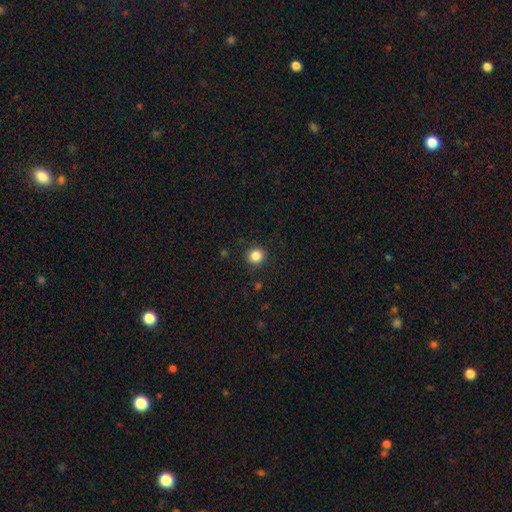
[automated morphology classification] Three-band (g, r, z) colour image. It shows a smooth galaxy with no disk features (85%) that is round (86%). Merging: none (90%).